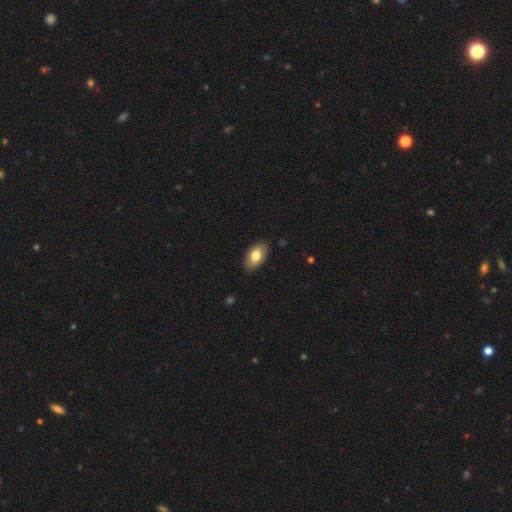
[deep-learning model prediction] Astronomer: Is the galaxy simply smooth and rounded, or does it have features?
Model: smooth — 80%.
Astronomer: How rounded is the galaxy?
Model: in between — 93%.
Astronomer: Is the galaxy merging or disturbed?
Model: none — 87%.